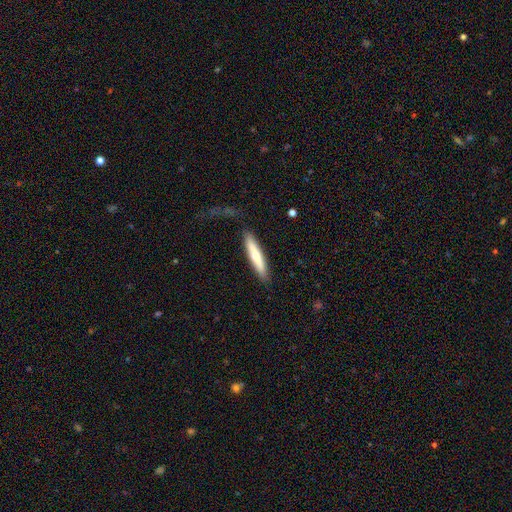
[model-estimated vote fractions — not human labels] This is likely a smooth galaxy (62%). How rounded: clearly cigar-shaped (90%). Merging: clearly none (83%).